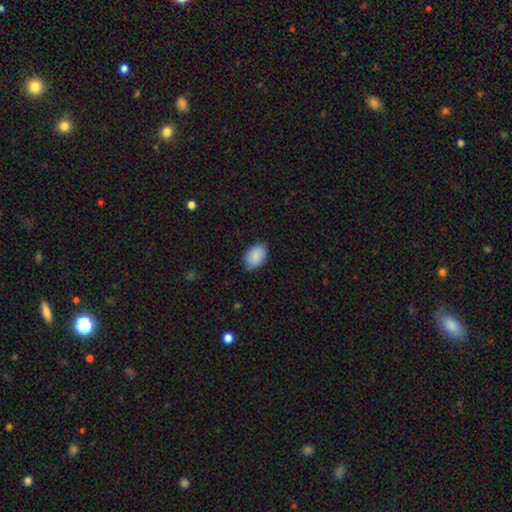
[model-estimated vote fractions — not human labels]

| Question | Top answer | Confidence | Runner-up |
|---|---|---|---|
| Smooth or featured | smooth | 86% | featured or disk (7%) |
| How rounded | in between | 82% | round (17%) |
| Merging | none | 80% | minor disturbance (17%) |